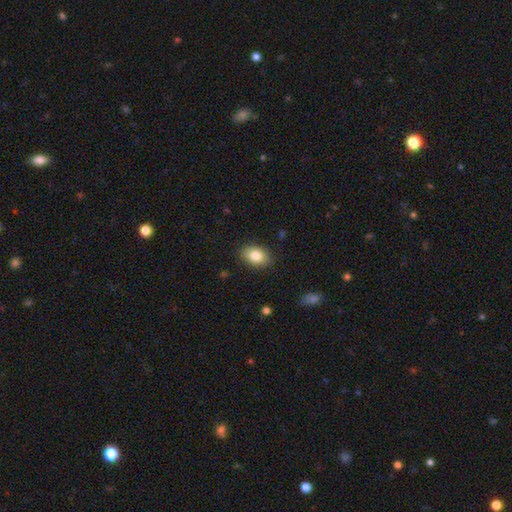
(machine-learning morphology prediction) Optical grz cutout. It shows a smooth galaxy with no disk features (85%) that is in between round and cigar-shaped (83%). Merging: none (87%).